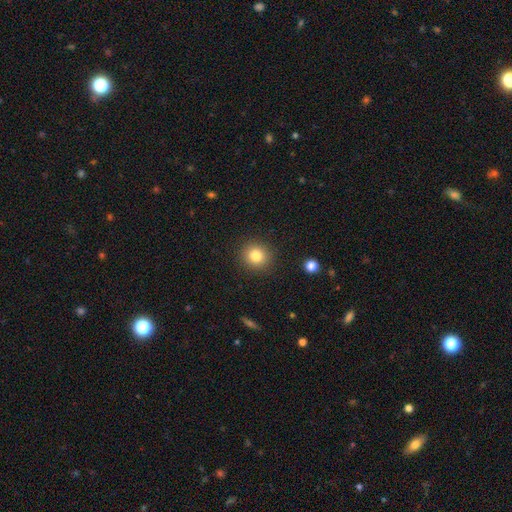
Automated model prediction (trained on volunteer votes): Morphology: type=smooth (82%); roundness=round (86%); merging=none (89%).